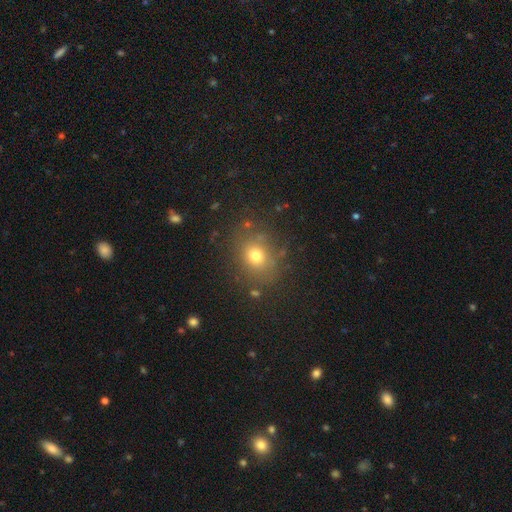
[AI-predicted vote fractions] A smooth galaxy with no disk features (71%) that is round (63%). Merging: none (79%).